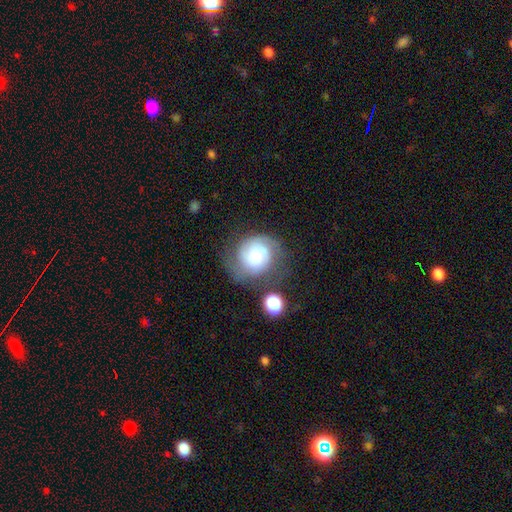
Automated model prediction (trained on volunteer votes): Overall: featured or disk (61%; smooth 30%). Edge-on disk: no (98%). Bar: no (69%). Spiral arms: yes (91%). Spiral arm count: 2 (47%; can't tell 26%). Spiral winding: tight (54%; medium 35%). Bulge size: small (43%; moderate 33%). Merging: none (57%; minor disturbance 22%).